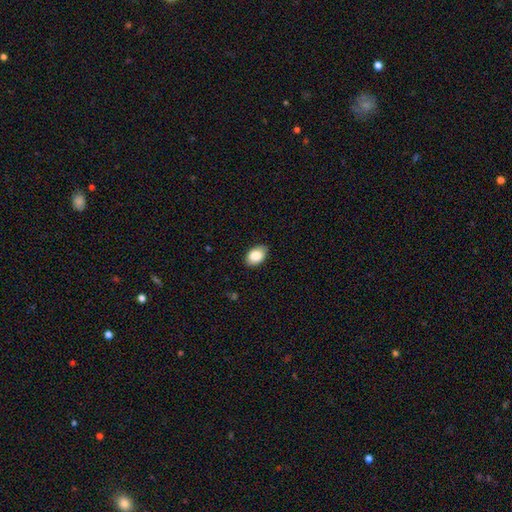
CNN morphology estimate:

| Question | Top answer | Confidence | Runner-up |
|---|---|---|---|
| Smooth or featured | smooth | 86% | star or artifact (7%) |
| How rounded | in between | 87% | round (11%) |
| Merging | none | 83% | minor disturbance (14%) |